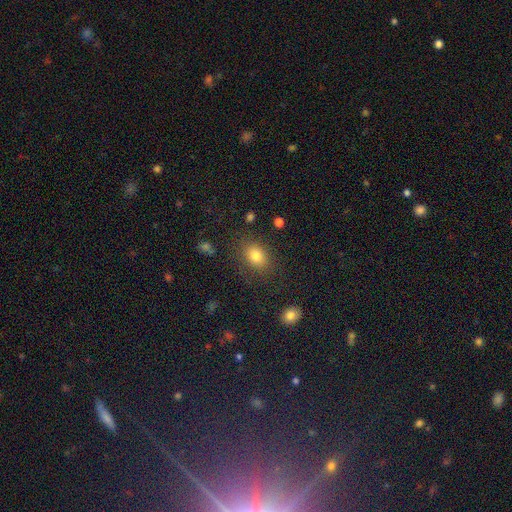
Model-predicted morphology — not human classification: smooth 80%, star or artifact 11%, featured or disk 8%. Down the decision tree: how rounded — in between (70%); merging — none (81%).